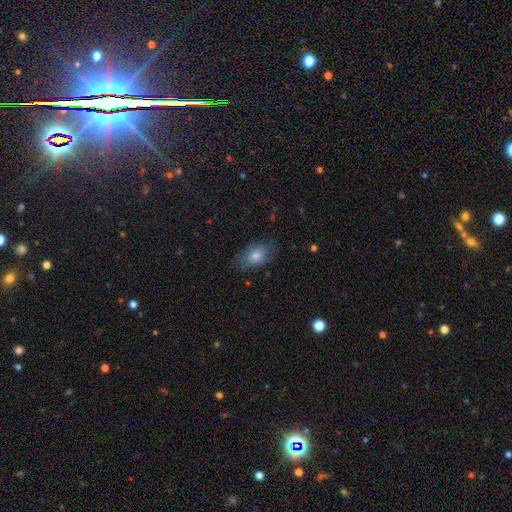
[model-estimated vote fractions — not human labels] Smooth or featured? smooth (72%)
How rounded? in between (82%)
Merging? none (75%)